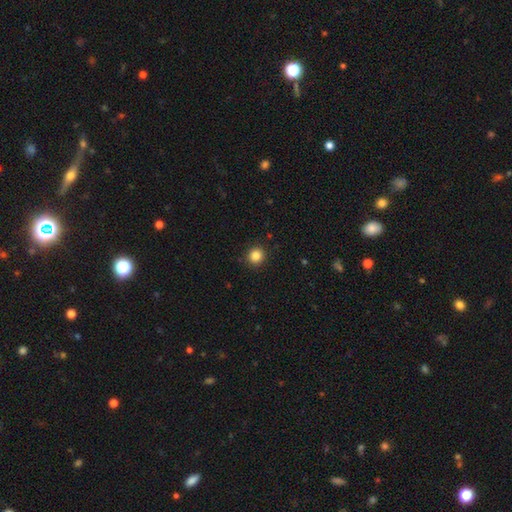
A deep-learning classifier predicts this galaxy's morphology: smooth 85%, star or artifact 11%, featured or disk 4%. Down the decision tree: how rounded — round (92%); merging — none (92%).